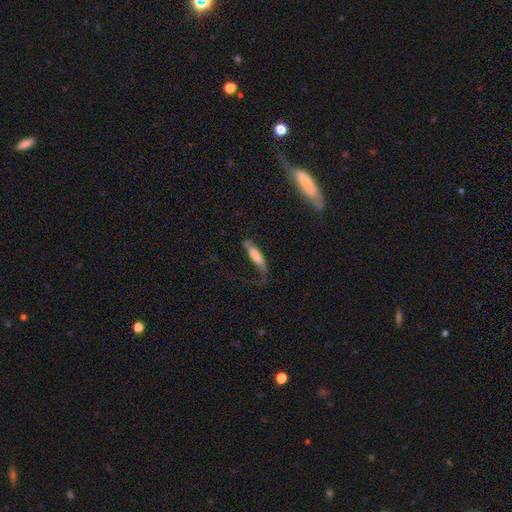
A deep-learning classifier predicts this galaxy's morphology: Smooth or featured?
  - smooth: 69% *
  - featured or disk: 24%
  - star or artifact: 7%
How rounded?
  - cigar-shaped: 73% *
  - in between: 25%
  - round: 2%
Merging?
  - none: 40% *
  - major disturbance: 28%
  - minor disturbance: 27%
  - merger: 4%